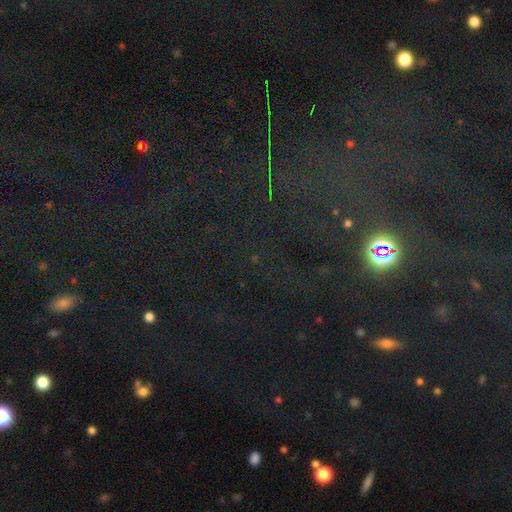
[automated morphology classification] smooth-or-featured: star or artifact: 76% | smooth: 16% | featured or disk: 8%